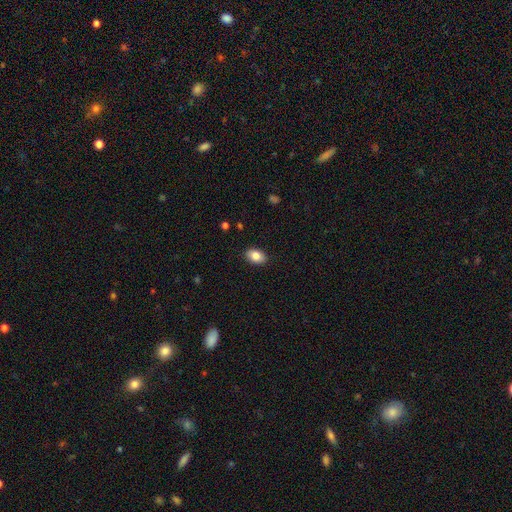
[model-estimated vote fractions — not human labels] A smooth galaxy with no disk features (85%) that is in between round and cigar-shaped (88%). Merging: none (89%).